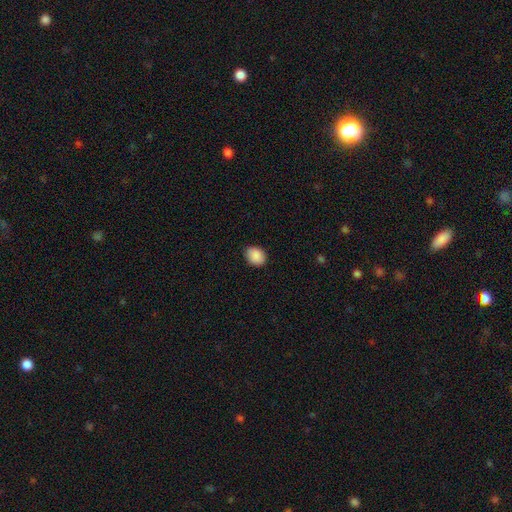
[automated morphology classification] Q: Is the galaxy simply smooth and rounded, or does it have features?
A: smooth — 90%.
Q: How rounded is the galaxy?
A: in between — 58%.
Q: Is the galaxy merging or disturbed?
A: none — 87%.